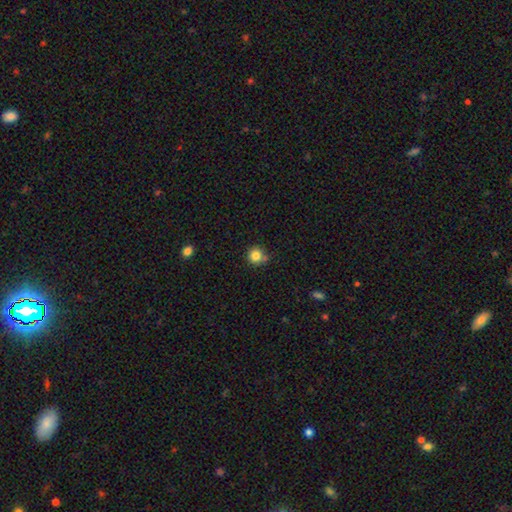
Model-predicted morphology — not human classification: Smooth or featured? Predicted: smooth (p=0.83). How rounded? Predicted: round (p=0.93). Merging? Predicted: none (p=0.74).